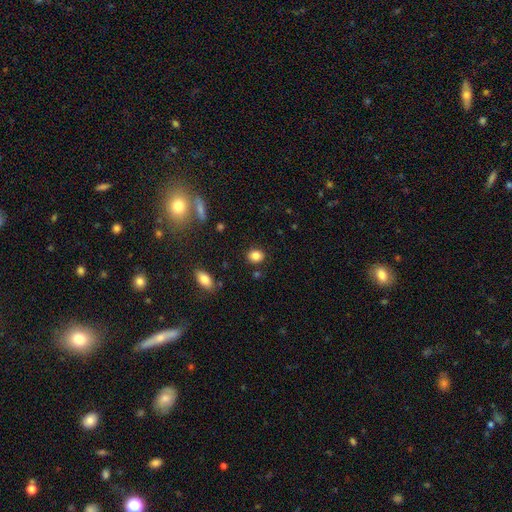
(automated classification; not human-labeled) Smooth or featured: smooth — 85% (star or artifact — 10%)
How rounded: round — 65% (in between — 34%)
Merging: none — 86% (minor disturbance — 8%)